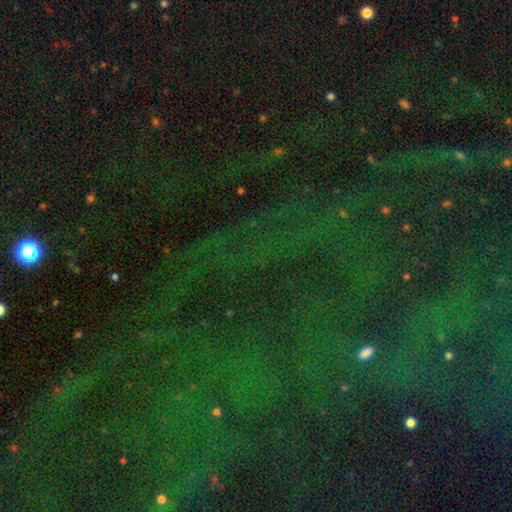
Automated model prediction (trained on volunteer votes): The model was most divided on "smooth or featured": star or artifact: 80%, smooth: 10%, featured or disk: 10%.